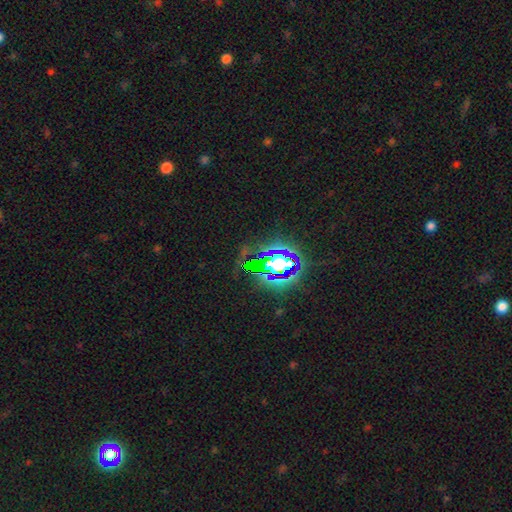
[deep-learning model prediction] This is clearly a star or artifact rather than a galaxy (81%).